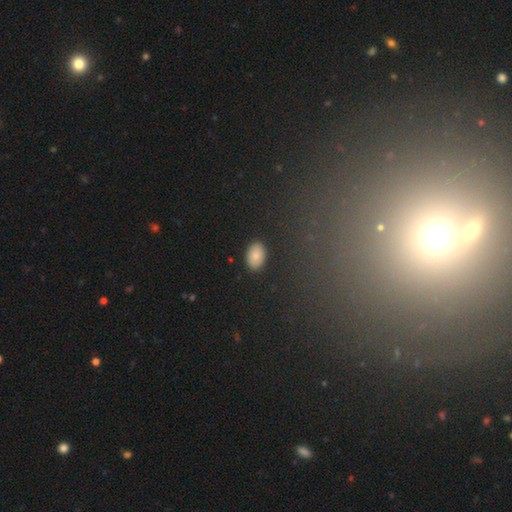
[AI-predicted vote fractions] smooth-or-featured: smooth: 83% | star or artifact: 9% | featured or disk: 8%
  how-rounded: in between: 89% | round: 10% | cigar-shaped: 1%
  merging: none: 88% | minor disturbance: 8% | major disturbance: 2% | merger: 1%